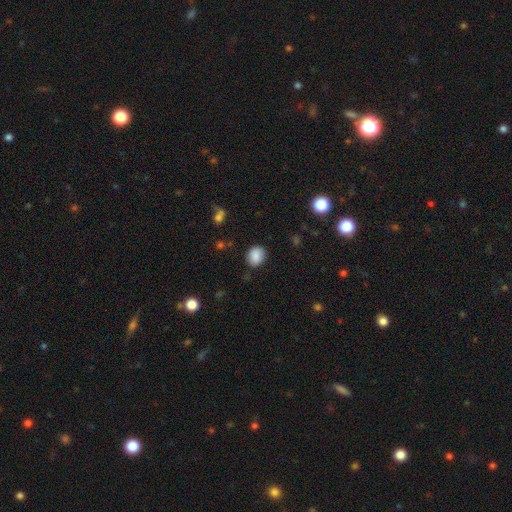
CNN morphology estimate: smooth-or-featured: smooth: 87% | star or artifact: 8% | featured or disk: 5%
  how-rounded: round: 56% | in between: 43% | cigar-shaped: 1%
  merging: none: 84% | minor disturbance: 11% | major disturbance: 3% | merger: 2%